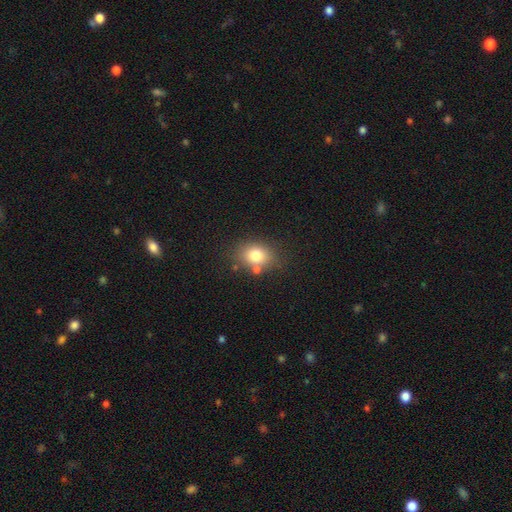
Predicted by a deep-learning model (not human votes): Smooth or featured?
  - smooth: 77% *
  - star or artifact: 12%
  - featured or disk: 11%
How rounded?
  - in between: 51% *
  - round: 48%
  - cigar-shaped: 1%
Merging?
  - none: 71% *
  - minor disturbance: 13%
  - merger: 12%
  - major disturbance: 4%